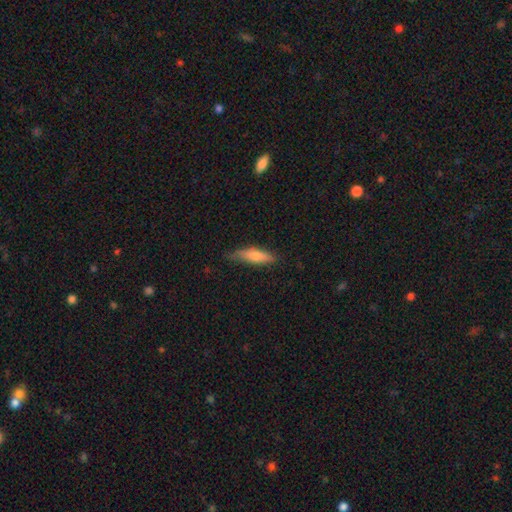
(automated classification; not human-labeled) smooth-or-featured: smooth: 68% | featured or disk: 26% | star or artifact: 6%
  how-rounded: cigar-shaped: 70% | in between: 28% | round: 2%
  merging: none: 73% | minor disturbance: 22% | major disturbance: 4% | merger: 1%